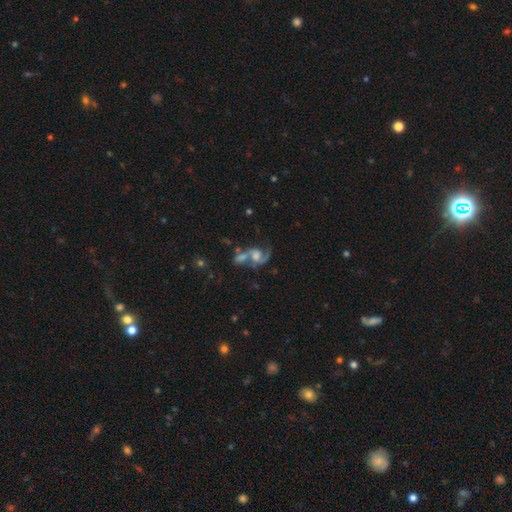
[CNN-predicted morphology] Q: Smooth or featured?
A: featured or disk (72%); runner-up: smooth (18%)
Q: Edge-on disk?
A: no (97%); runner-up: yes (3%)
Q: Bar?
A: no (57%); runner-up: weak (34%)
Q: Spiral arms?
A: yes (90%); runner-up: no (10%)
Q: Spiral winding?
A: loose (48%); runner-up: medium (41%)
Q: Spiral arm count?
A: 2 (71%); runner-up: 1 (21%)
Q: Bulge size?
A: moderate (38%); runner-up: large (27%)
Q: Merging?
A: merger (45%); runner-up: none (26%)